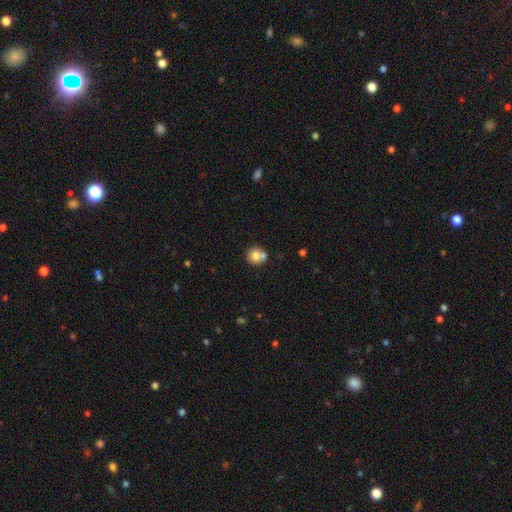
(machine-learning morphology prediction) Q: Smooth or featured?
A: smooth (76%); runner-up: featured or disk (15%)
Q: How rounded?
A: round (88%); runner-up: in between (11%)
Q: Merging?
A: none (54%); runner-up: merger (34%)